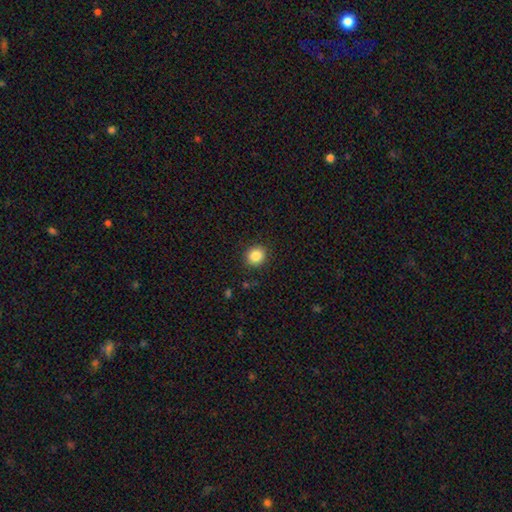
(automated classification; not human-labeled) Q: Smooth or featured?
A: smooth (86%); runner-up: star or artifact (10%)
Q: How rounded?
A: round (86%); runner-up: in between (13%)
Q: Merging?
A: none (90%); runner-up: minor disturbance (7%)